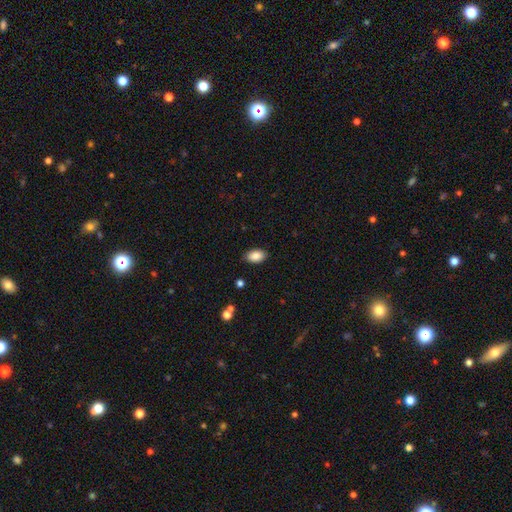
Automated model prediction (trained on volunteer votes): Morphology: type=smooth (86%); roundness=in between (91%); merging=none (88%).